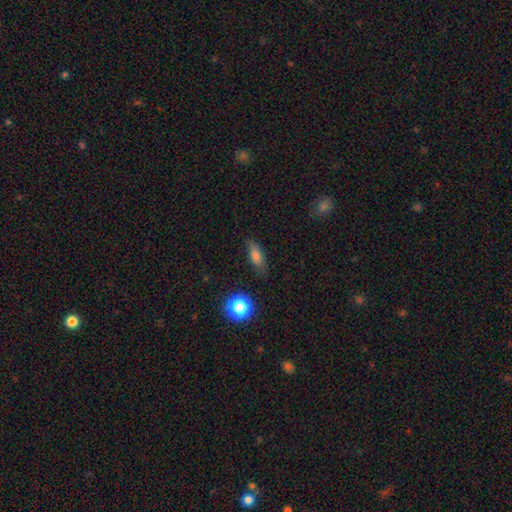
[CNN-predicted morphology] Smooth or featured: smooth — 74% (featured or disk — 16%)
How rounded: in between — 70% (cigar-shaped — 23%)
Merging: none — 74% (minor disturbance — 19%)